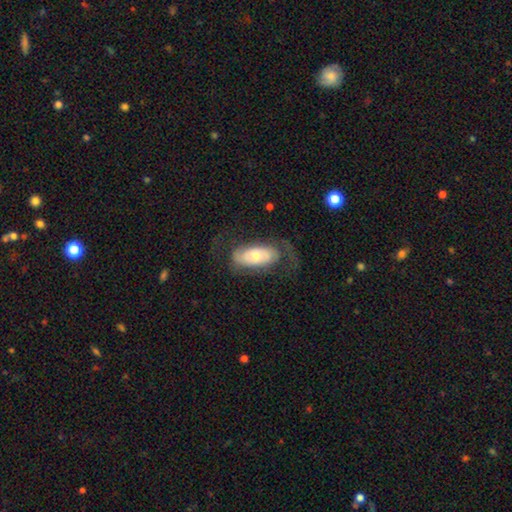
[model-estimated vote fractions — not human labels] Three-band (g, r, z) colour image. It shows a featured or disk galaxy (60%) with no bar (78%), spiral arms (69%) and a moderate central bulge (64%). Merging: none (58%).